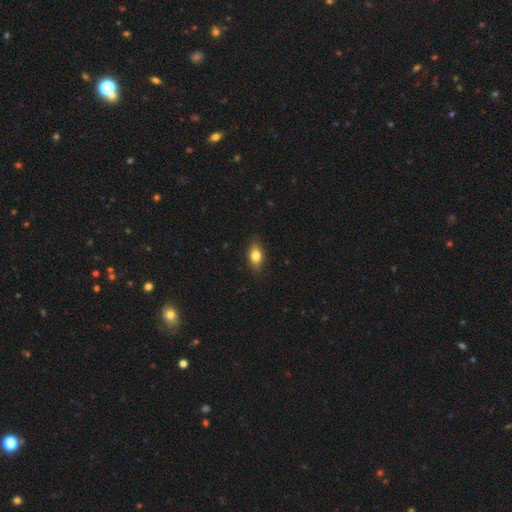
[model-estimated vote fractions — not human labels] Smooth or featured? smooth (79%)
How rounded? in between (80%)
Merging? none (84%)